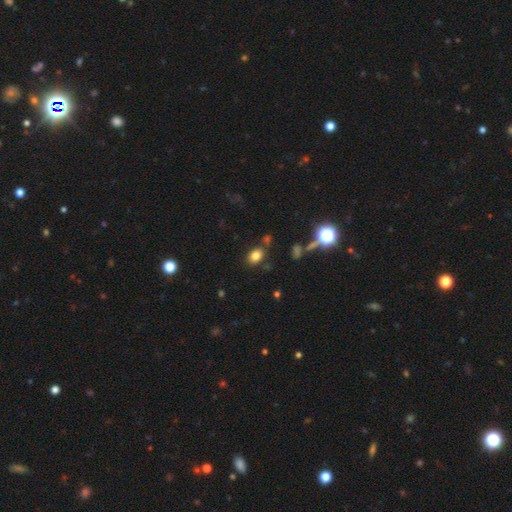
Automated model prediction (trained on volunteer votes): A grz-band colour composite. It shows a smooth galaxy with no disk features (79%) that is in between round and cigar-shaped (71%). Merging: none (75%).